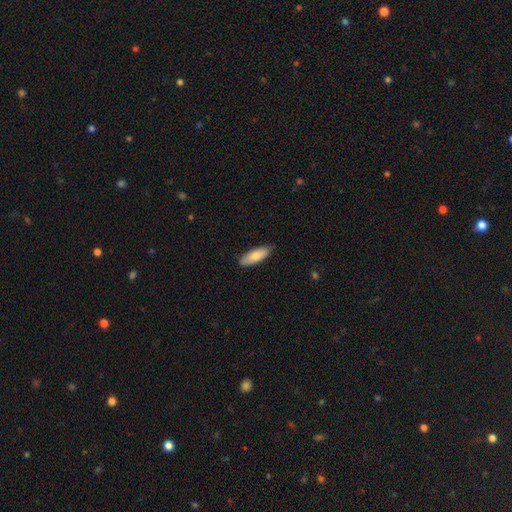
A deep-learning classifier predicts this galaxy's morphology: Smooth or featured? smooth (78%)
How rounded? in between (67%)
Merging? none (84%)